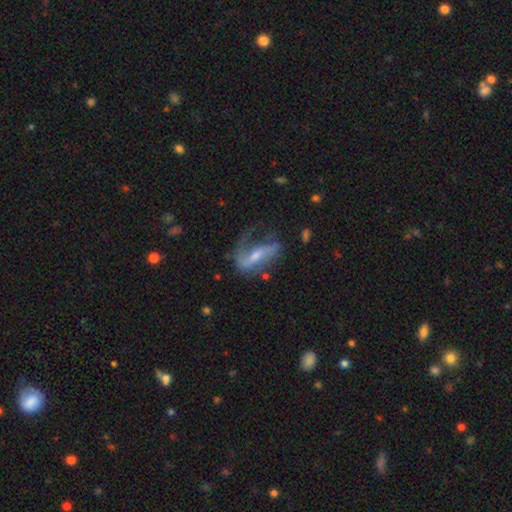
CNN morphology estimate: featured or disk 72%, smooth 20%, star or artifact 7%. Down the decision tree: edge-on disk — no (86%); bar — strong (42%); spiral arms — yes (82%); spiral arm count — 2 (51%); spiral winding — loose (57%); bulge size — small (53%); merging — none (38%).